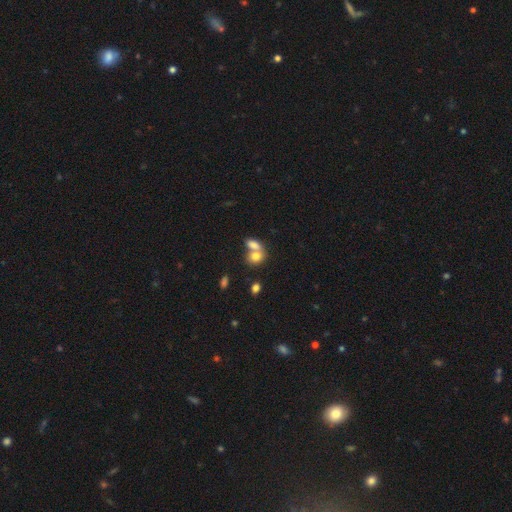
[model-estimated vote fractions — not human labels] A smooth galaxy with no disk features (77%) that is in between round and cigar-shaped (67%).

Vote fractions:
- Smooth or featured? smooth: 77% / featured or disk: 14% / star or artifact: 9%
- How rounded? in between: 67% / round: 31% / cigar-shaped: 2%
- Merging? merger: 65% / none: 25% / minor disturbance: 7% / major disturbance: 3%